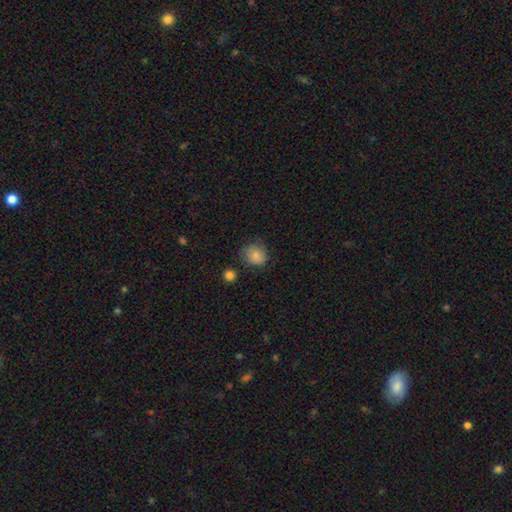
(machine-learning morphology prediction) smooth-or-featured: smooth: 83% | star or artifact: 10% | featured or disk: 8%
  how-rounded: round: 77% | in between: 22% | cigar-shaped: 1%
  merging: none: 68% | minor disturbance: 23% | major disturbance: 6% | merger: 3%